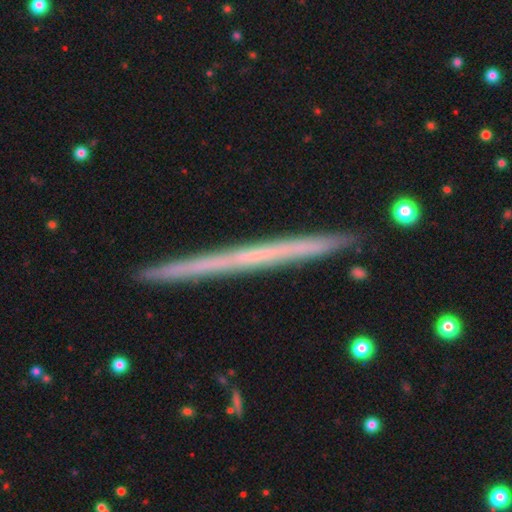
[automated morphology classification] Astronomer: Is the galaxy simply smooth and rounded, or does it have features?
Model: featured or disk — 60%.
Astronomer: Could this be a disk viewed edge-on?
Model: yes — 98%.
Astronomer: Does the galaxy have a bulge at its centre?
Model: none — 93%.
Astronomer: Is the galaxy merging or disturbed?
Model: none — 91%.